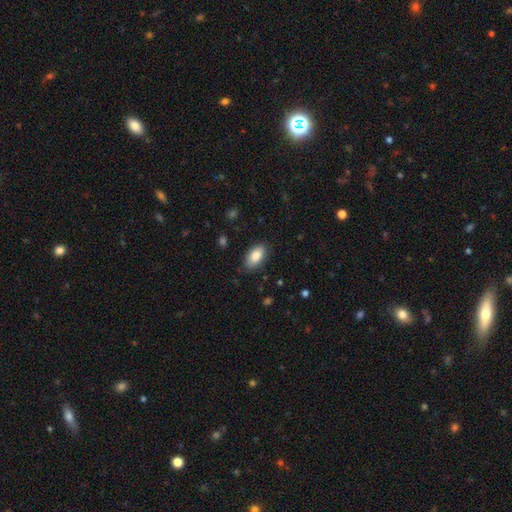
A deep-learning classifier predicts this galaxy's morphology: A smooth galaxy with no disk features (86%) that is in between round and cigar-shaped (93%).

Vote fractions:
- Smooth or featured? smooth: 86% / featured or disk: 7% / star or artifact: 7%
- How rounded? in between: 93% / round: 3% / cigar-shaped: 3%
- Merging? none: 84% / minor disturbance: 12% / major disturbance: 3% / merger: 1%